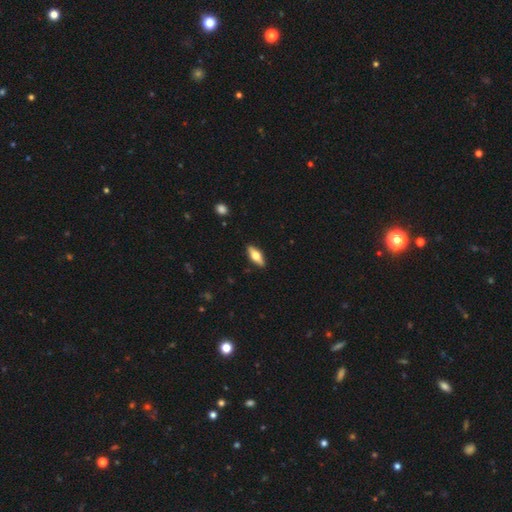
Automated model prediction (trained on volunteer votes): Morphology: type=smooth (53%); roundness=in between (67%); merging=none (90%).